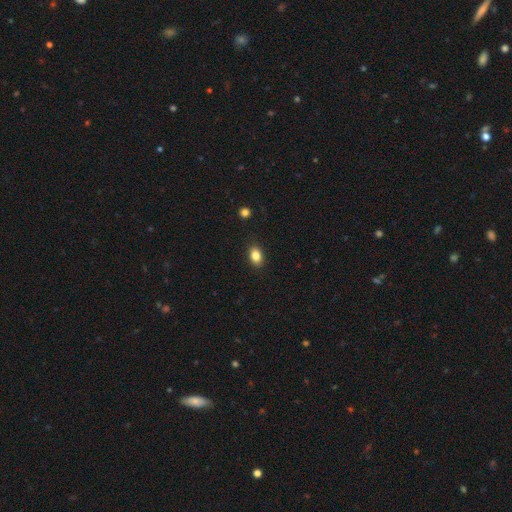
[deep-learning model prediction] The model was most divided on "how rounded": in between: 83%, round: 15%, cigar-shaped: 2%. More confident: merging — none (88%); smooth or featured — smooth (84%).